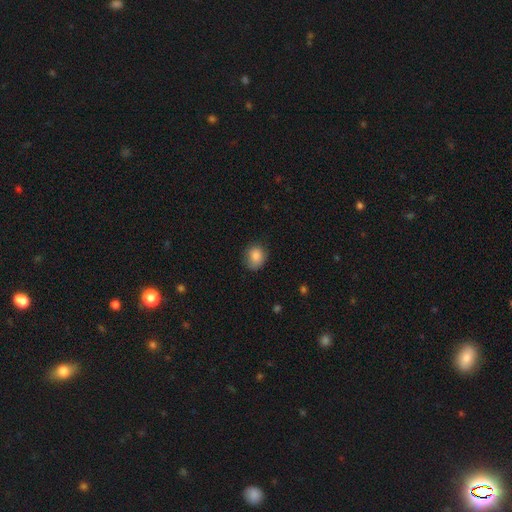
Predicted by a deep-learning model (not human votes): This appears to be a smooth galaxy with no disk features (86%) that is round (60%). Merging: none (75%).